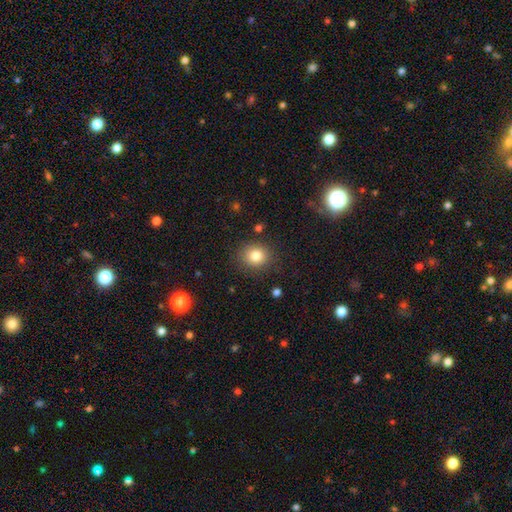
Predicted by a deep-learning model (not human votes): Overall: smooth (81%). How rounded: round (80%). Merging: none (85%).